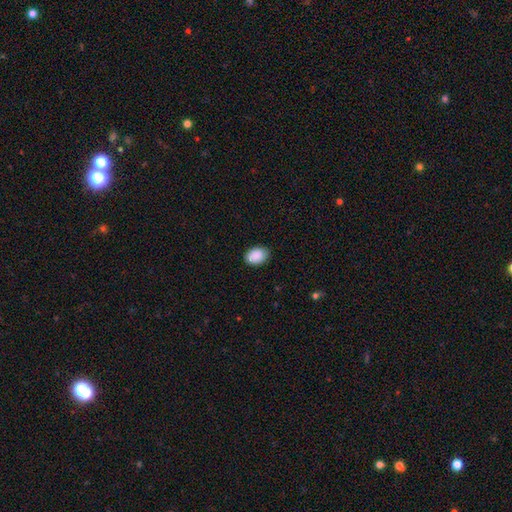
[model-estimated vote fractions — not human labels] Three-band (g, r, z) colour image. It shows a smooth galaxy with no disk features (90%) that is in between round and cigar-shaped (81%). Merging: none (84%).